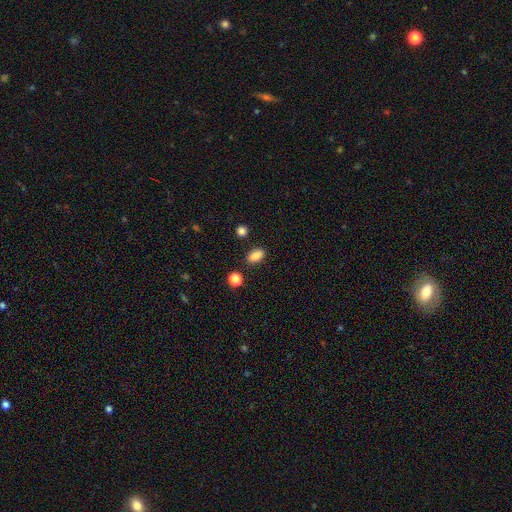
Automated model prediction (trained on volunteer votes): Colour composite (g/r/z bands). It shows a smooth galaxy with no disk features (86%) that is in between round and cigar-shaped (86%). Merging: none (86%).